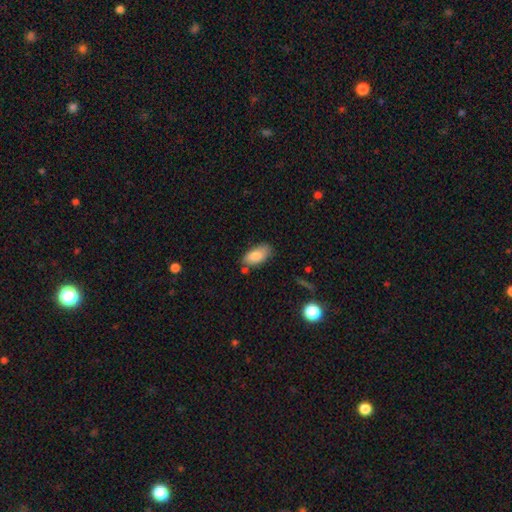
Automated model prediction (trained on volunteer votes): smooth 83%, featured or disk 10%, star or artifact 7%. Down the decision tree: how rounded — in between (92%); merging — none (68%).